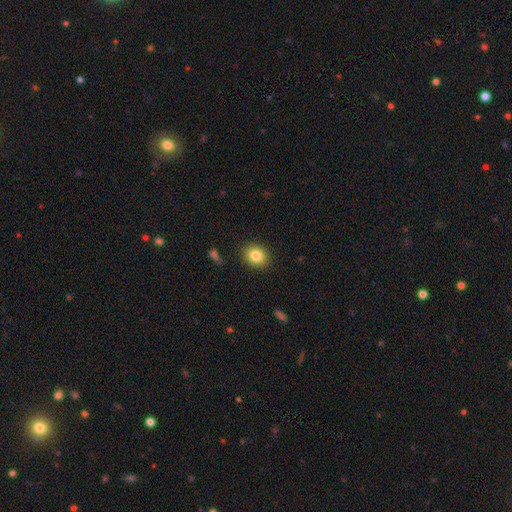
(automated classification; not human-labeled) Smooth or featured: smooth — 83% (star or artifact — 10%)
How rounded: round — 61% (in between — 39%)
Merging: none — 88% (minor disturbance — 9%)